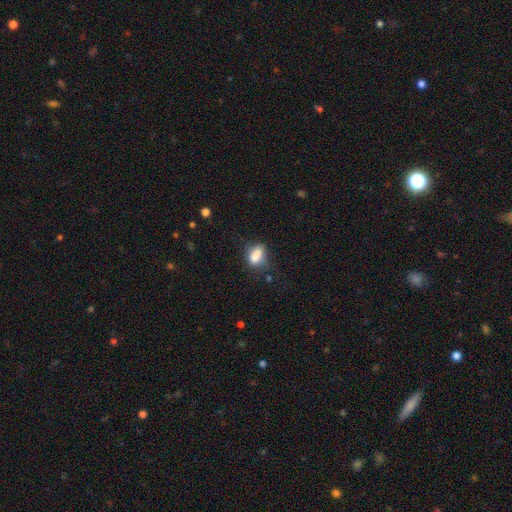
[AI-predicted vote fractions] A smooth galaxy with no disk features (82%) that is in between round and cigar-shaped (80%). Merging: none (64%).